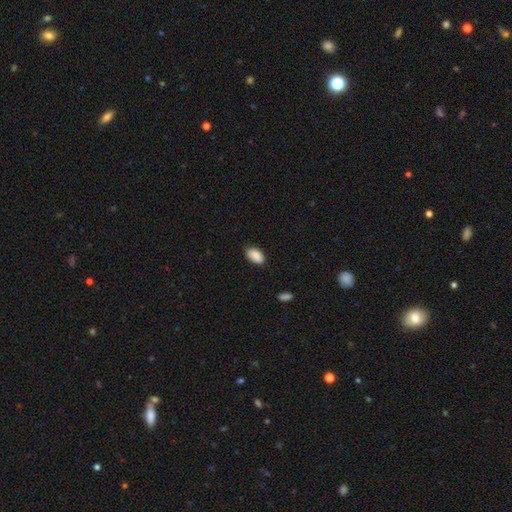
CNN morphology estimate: Q: Smooth or featured?
A: smooth (89%); runner-up: star or artifact (7%)
Q: How rounded?
A: in between (94%); runner-up: round (4%)
Q: Merging?
A: none (81%); runner-up: minor disturbance (15%)